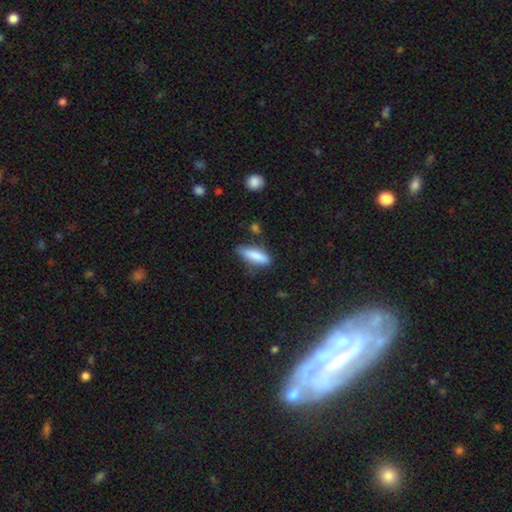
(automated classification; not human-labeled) Smooth or featured? Predicted: smooth (p=0.83). How rounded? Predicted: in between (p=0.53). Merging? Predicted: none (p=0.66).